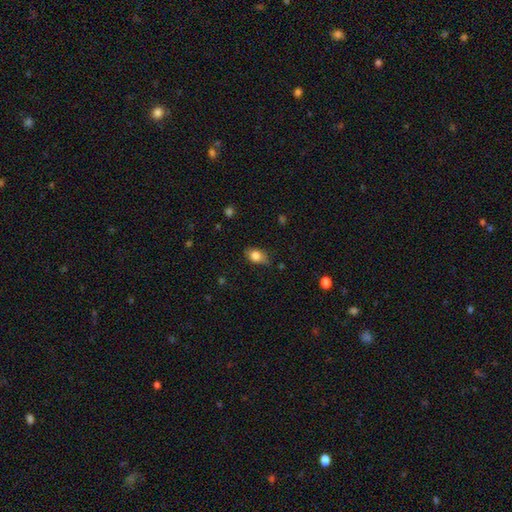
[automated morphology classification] Smooth or featured? Predicted: smooth (p=0.81). How rounded? Predicted: in between (p=0.68). Merging? Predicted: none (p=0.59).